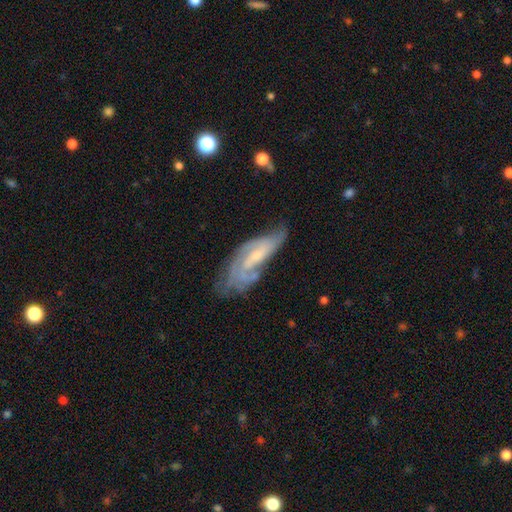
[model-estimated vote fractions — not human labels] This is likely a featured or disk galaxy (76%). It is clearly not viewed edge-on (88%). Bar: possibly no (49%). Spiral arm pattern: clearly yes (87%). Spiral arm count: marginally 2 (39%). Spiral winding: marginally tight (42%). Central bulge: likely small (65%). Merging: possibly none (47%).